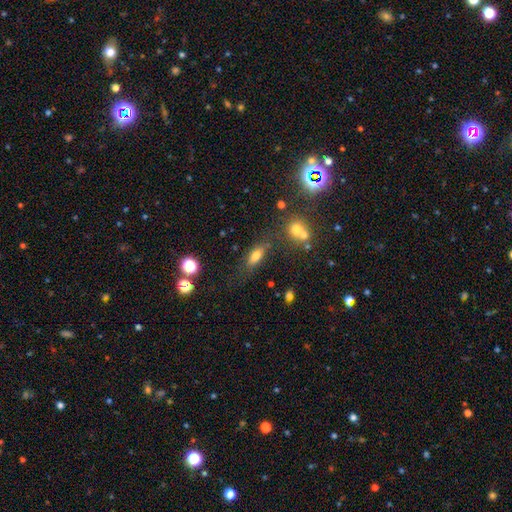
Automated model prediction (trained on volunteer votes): This appears to be a smooth galaxy with no disk features (70%) that is in between round and cigar-shaped (72%). Merging: none (64%).